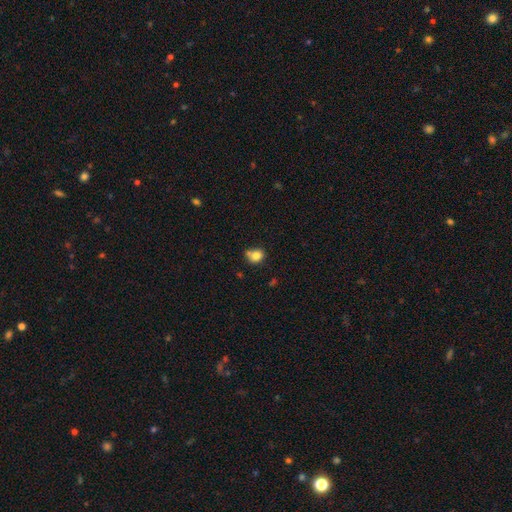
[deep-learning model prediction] Q: Smooth or featured?
A: smooth (81%); runner-up: star or artifact (11%)
Q: How rounded?
A: round (65%); runner-up: in between (34%)
Q: Merging?
A: none (58%); runner-up: merger (19%)